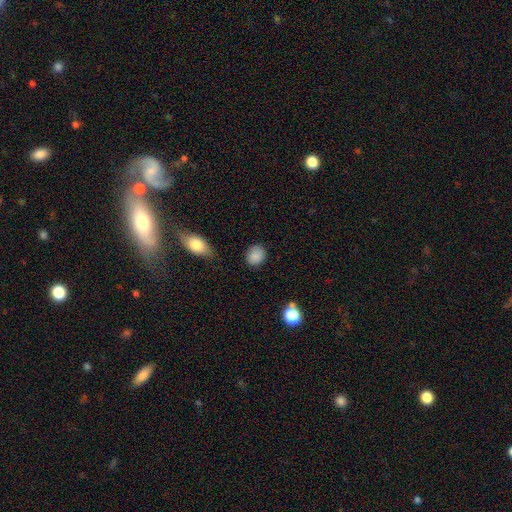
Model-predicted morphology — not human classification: type=smooth (87%); roundness=round (64%); merging=none (84%).